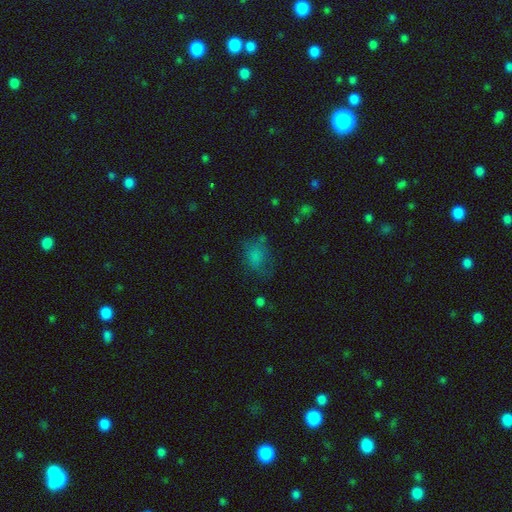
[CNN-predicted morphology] Smooth or featured? smooth (72%)
How rounded? in between (60%)
Merging? none (52%)